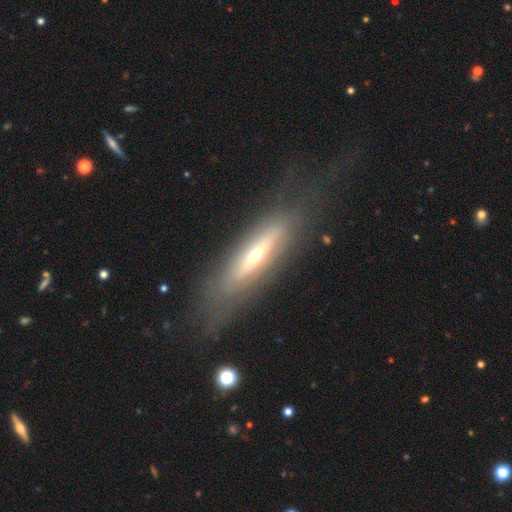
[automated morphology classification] Smooth or featured? Predicted: featured or disk (p=0.63). Edge-on disk? Predicted: yes (p=0.65). Merging? Predicted: none (p=0.57).